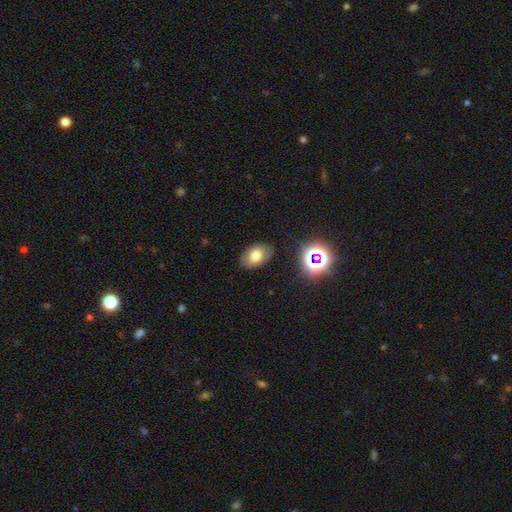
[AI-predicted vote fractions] Smooth or featured: smooth — 71% (featured or disk — 16%)
How rounded: in between — 85% (round — 13%)
Merging: none — 83% (minor disturbance — 12%)